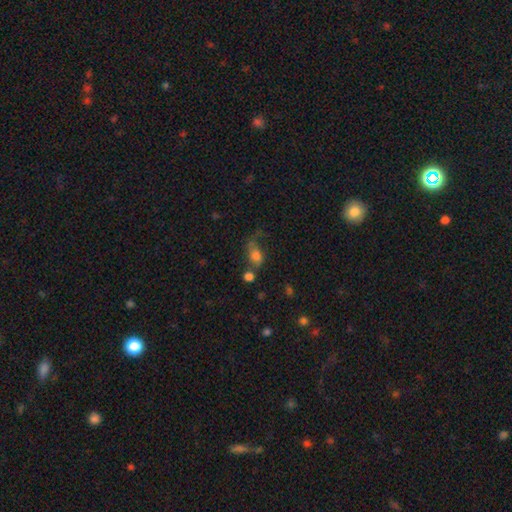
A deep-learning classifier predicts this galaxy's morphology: A smooth galaxy with no disk features (66%) that is in between round and cigar-shaped (71%). Merging: major disturbance (30%).